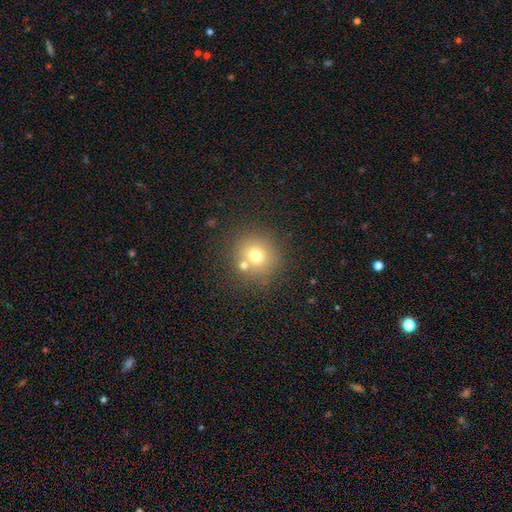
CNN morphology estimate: smooth-or-featured: smooth: 70% | star or artifact: 16% | featured or disk: 14%
  how-rounded: round: 90% | in between: 9% | cigar-shaped: 1%
  merging: none: 69% | merger: 19% | minor disturbance: 9% | major disturbance: 3%